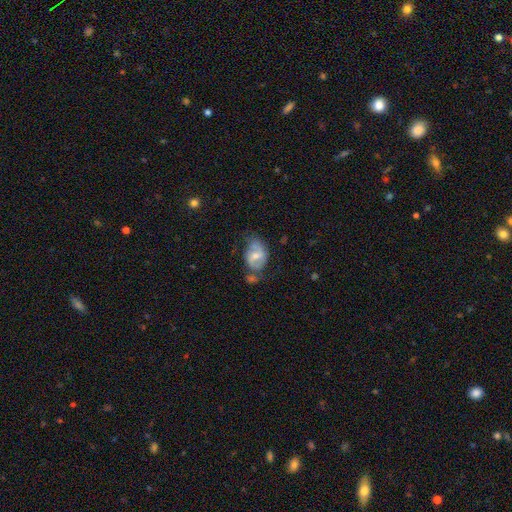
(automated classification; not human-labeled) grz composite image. It shows a featured or disk galaxy (62%) with a weak bar (52%), spiral arms (78%) and a moderate central bulge (56%). Merging: none (48%).